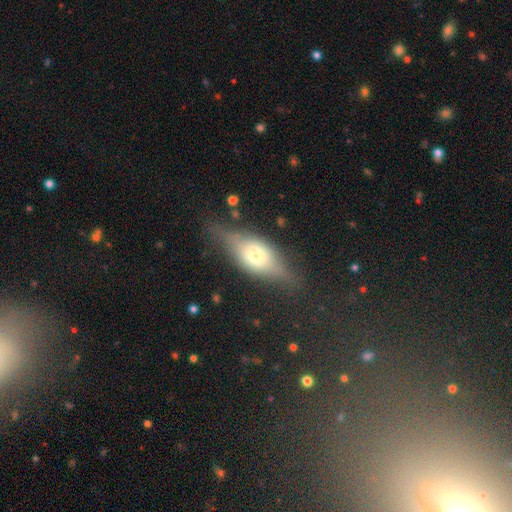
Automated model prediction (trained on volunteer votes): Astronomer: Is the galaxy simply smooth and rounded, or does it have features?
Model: featured or disk — 55% (runner-up: smooth, 37%).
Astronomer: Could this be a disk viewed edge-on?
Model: yes — 84%.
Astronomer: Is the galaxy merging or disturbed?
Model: none — 69%.